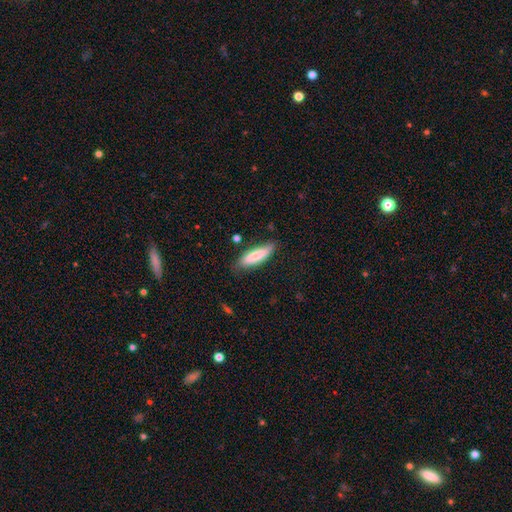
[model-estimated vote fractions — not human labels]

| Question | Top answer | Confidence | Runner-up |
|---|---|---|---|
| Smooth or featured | smooth | 77% | featured or disk (17%) |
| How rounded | cigar-shaped | 58% | in between (41%) |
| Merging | none | 72% | minor disturbance (22%) |